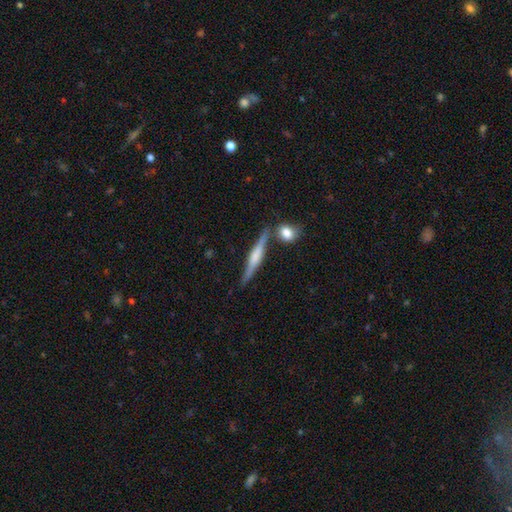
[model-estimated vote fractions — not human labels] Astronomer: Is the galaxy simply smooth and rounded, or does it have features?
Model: featured or disk — 65%.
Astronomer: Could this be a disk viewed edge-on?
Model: yes — 97%.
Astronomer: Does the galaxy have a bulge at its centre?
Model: rounded — 56%.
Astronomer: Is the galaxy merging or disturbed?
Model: none — 77%.